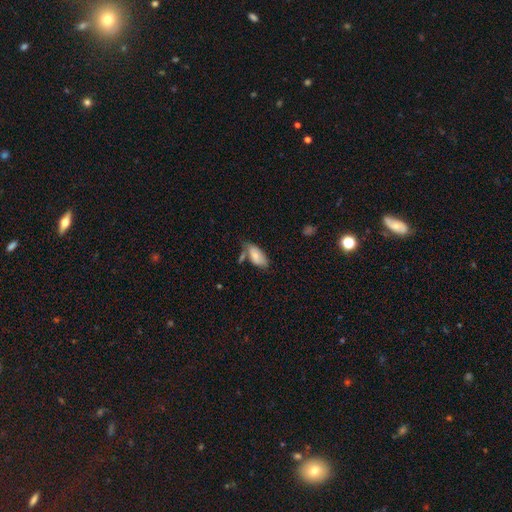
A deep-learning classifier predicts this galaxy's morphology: The model was most divided on "merging": none: 53%, minor disturbance: 25%, merger: 15%, major disturbance: 7%. More confident: how rounded — in between (91%); smooth or featured — smooth (74%).